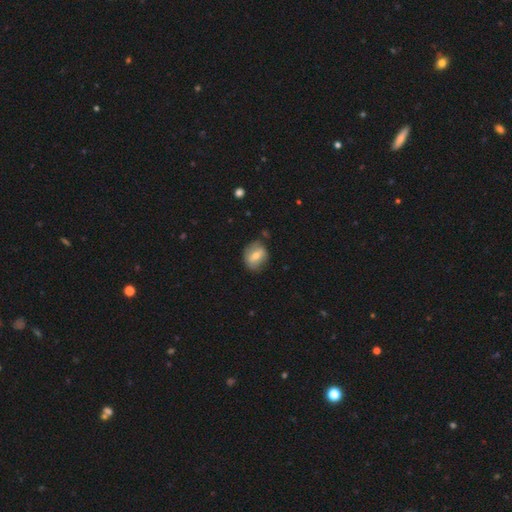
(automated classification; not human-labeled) Morphology: type=smooth (57%); roundness=in between (51%); merging=none (72%).